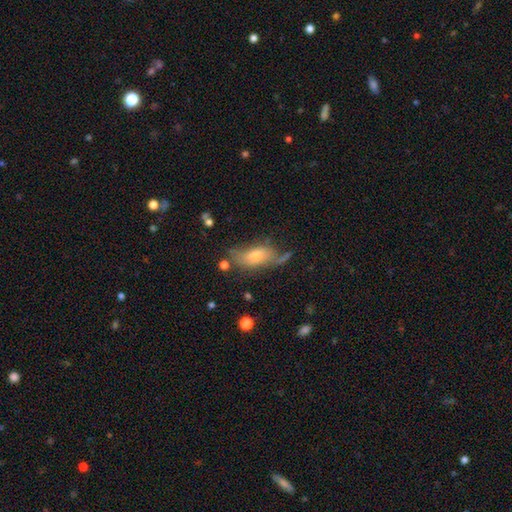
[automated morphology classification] smooth 58%, featured or disk 33%, star or artifact 9%. Down the decision tree: how rounded — in between (81%); merging — none (42%).